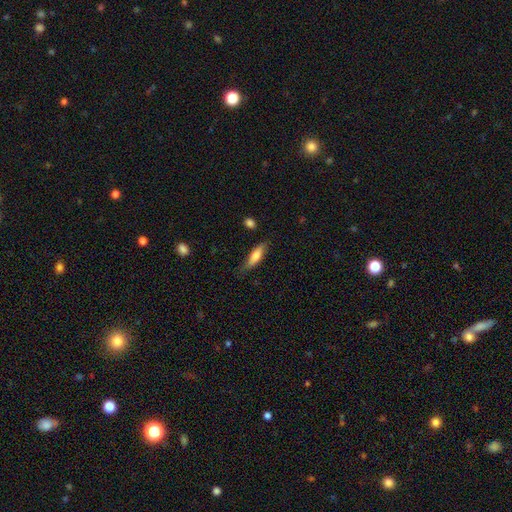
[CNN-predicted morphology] Smooth or featured?
  - smooth: 69% *
  - featured or disk: 25%
  - star or artifact: 6%
How rounded?
  - cigar-shaped: 61% *
  - in between: 37%
  - round: 2%
Merging?
  - none: 74% *
  - minor disturbance: 20%
  - major disturbance: 4%
  - merger: 2%